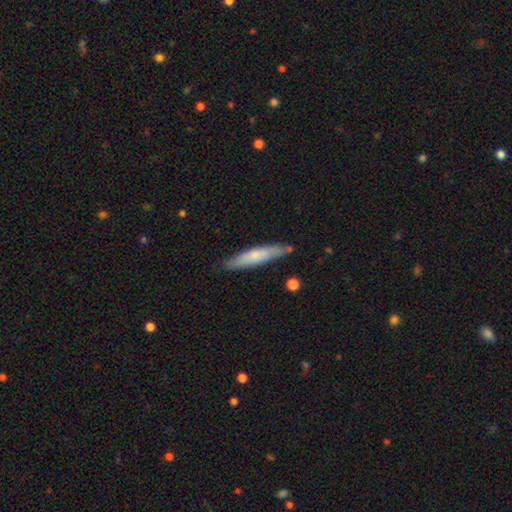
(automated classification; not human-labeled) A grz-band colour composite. It shows a smooth galaxy with no disk features (62%) that is cigar-shaped (87%). Merging: none (80%).